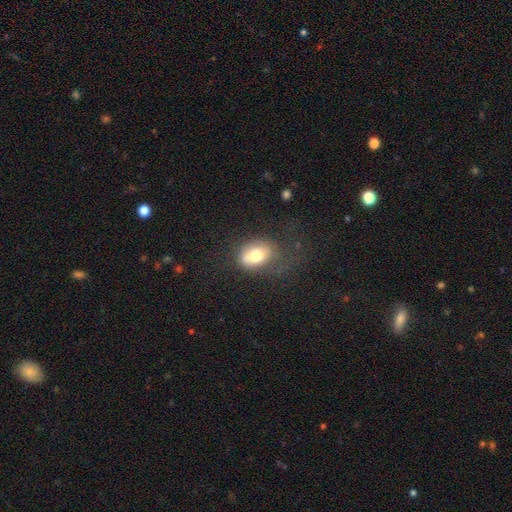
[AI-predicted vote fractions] Smooth or featured?
  - smooth: 70% *
  - featured or disk: 21%
  - star or artifact: 9%
How rounded?
  - in between: 73% *
  - round: 26%
  - cigar-shaped: 1%
Merging?
  - none: 52% *
  - minor disturbance: 26%
  - major disturbance: 20%
  - merger: 3%